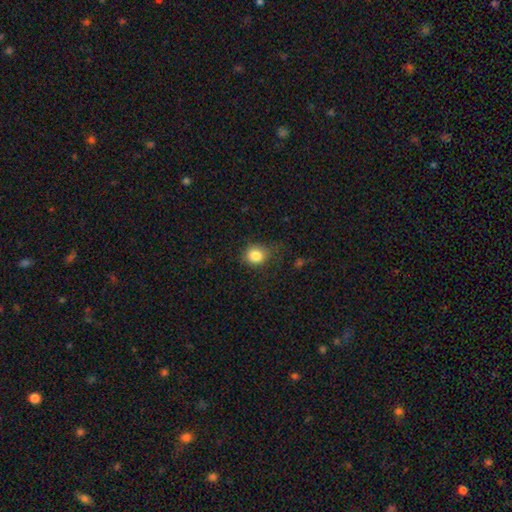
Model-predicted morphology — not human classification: A smooth galaxy with no disk features (84%) that is round (77%).

Vote fractions:
- Smooth or featured? smooth: 84% / star or artifact: 11% / featured or disk: 6%
- How rounded? round: 77% / in between: 23% / cigar-shaped: 1%
- Merging? none: 72% / minor disturbance: 20% / major disturbance: 7% / merger: 1%